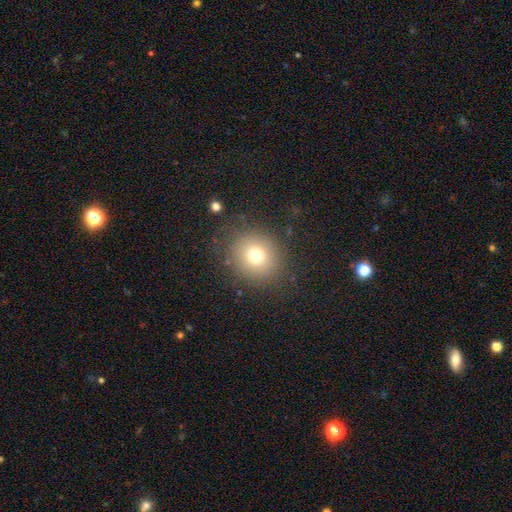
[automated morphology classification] smooth-or-featured: smooth: 72% | star or artifact: 15% | featured or disk: 12%
  how-rounded: round: 84% | in between: 15% | cigar-shaped: 1%
  merging: none: 81% | minor disturbance: 11% | major disturbance: 6% | merger: 1%